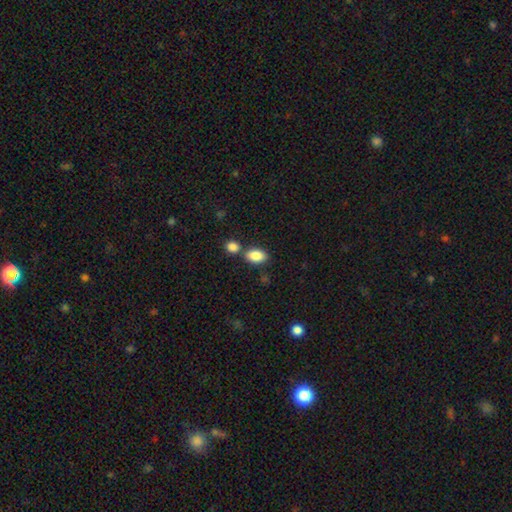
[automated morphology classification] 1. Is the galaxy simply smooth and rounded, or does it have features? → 86% smooth, 8% star or artifact, 6% featured or disk.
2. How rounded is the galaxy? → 88% in between, 10% round, 2% cigar-shaped.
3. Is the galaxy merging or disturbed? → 64% none, 22% merger, 11% minor disturbance, 3% major disturbance.